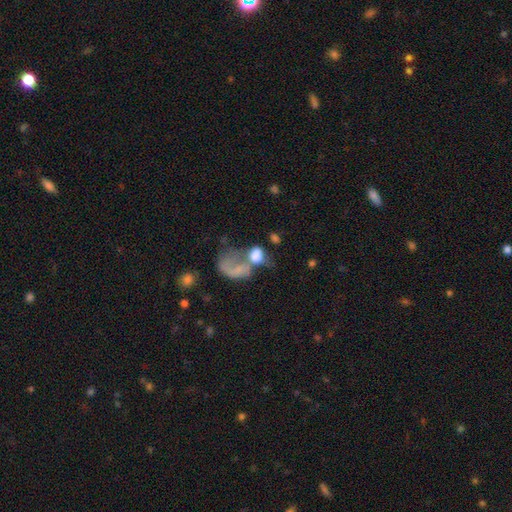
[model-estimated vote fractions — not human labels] Smooth or featured?
  - smooth: 61% *
  - featured or disk: 28%
  - star or artifact: 11%
How rounded?
  - in between: 67% *
  - round: 31%
  - cigar-shaped: 2%
Merging?
  - merger: 53% *
  - major disturbance: 27%
  - none: 12%
  - minor disturbance: 7%